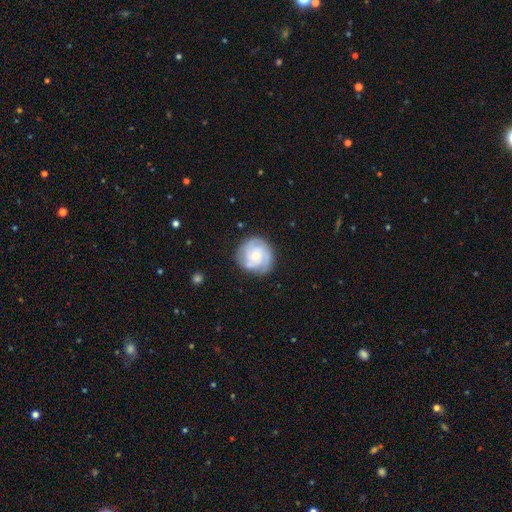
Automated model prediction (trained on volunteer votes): Morphology: type=featured or disk (72%); edge-on=no (98%); bar=no (74%); spiral arms=yes (94%); winding=tight (64%); arm count=3 (37%); bulge=small (49%); merging=none (78%).